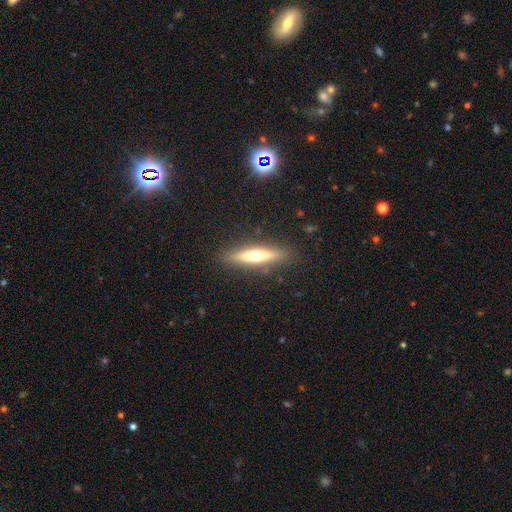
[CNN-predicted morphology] smooth_or_featured: featured or disk (p=0.47) [alt: smooth p=0.46]
merging: none (p=0.88) [alt: minor disturbance p=0.09]